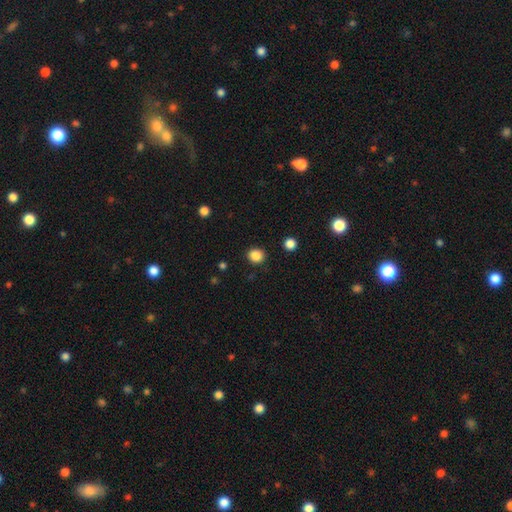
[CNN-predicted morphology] Overall: smooth (86%). How rounded: round (79%). Merging: none (90%).